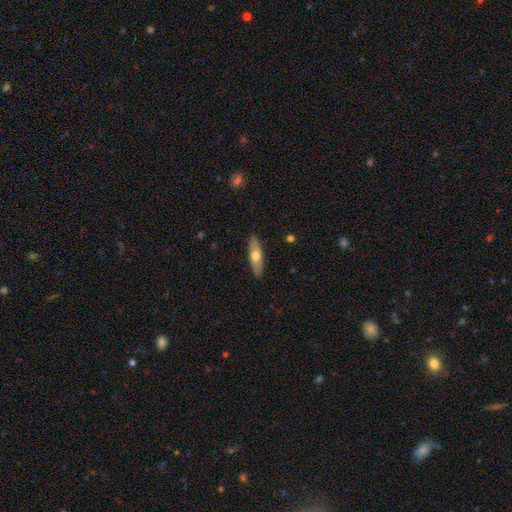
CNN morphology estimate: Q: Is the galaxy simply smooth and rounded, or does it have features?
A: smooth — 56%.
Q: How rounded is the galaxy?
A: cigar-shaped — 62%.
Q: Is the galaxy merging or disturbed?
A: none — 90%.